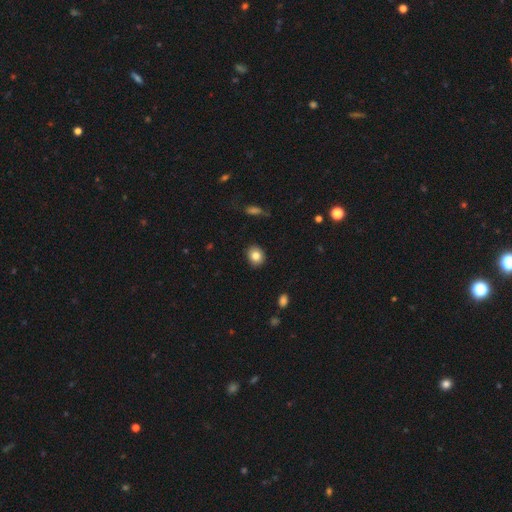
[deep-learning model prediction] This appears to be a smooth galaxy with no disk features (83%) that is round (65%). Merging: none (89%).